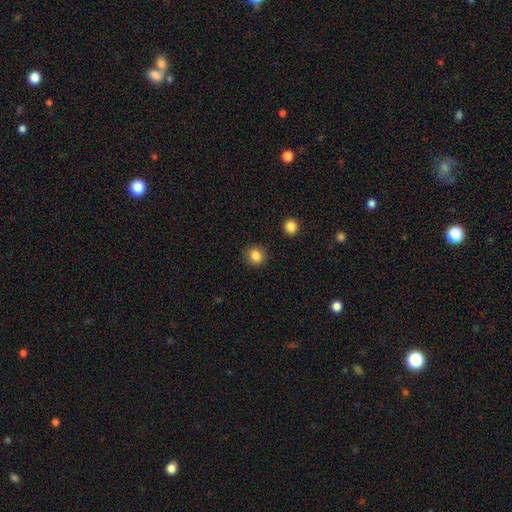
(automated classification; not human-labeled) Morphology: type=smooth (85%); roundness=round (91%); merging=none (90%).